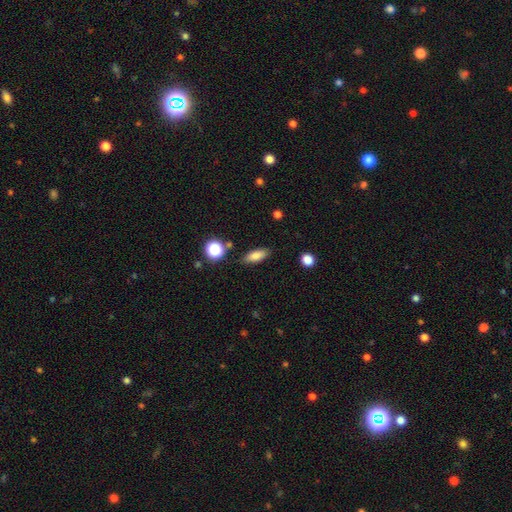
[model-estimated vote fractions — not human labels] Overall: smooth (80%). How rounded: in between (68%). Merging: none (83%).